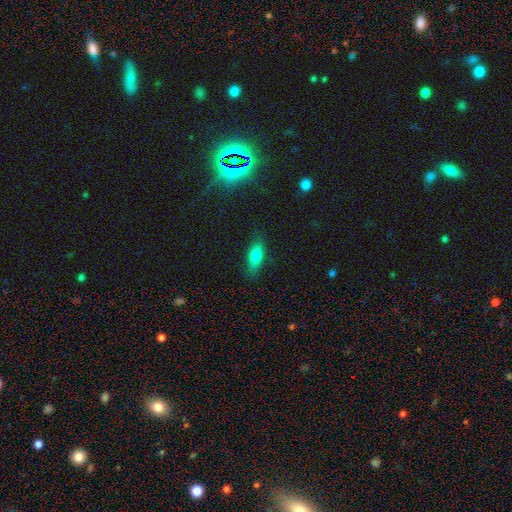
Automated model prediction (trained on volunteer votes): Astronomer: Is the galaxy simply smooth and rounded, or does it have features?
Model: smooth — 76%.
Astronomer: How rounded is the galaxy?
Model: in between — 75%.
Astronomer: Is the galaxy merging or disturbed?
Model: none — 82%.